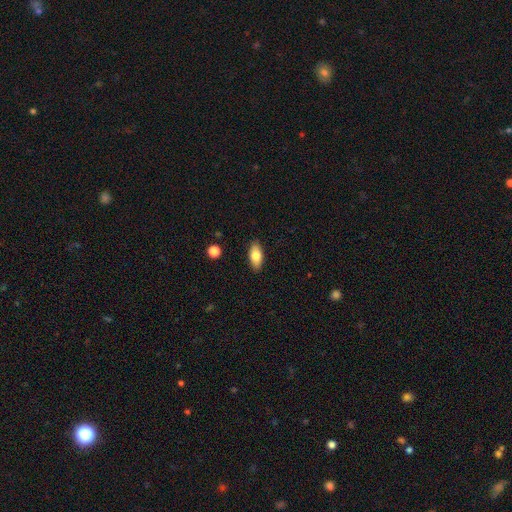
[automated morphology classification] A smooth galaxy with no disk features (78%) that is in between round and cigar-shaped (88%).

Vote fractions:
- Smooth or featured? smooth: 78% / featured or disk: 15% / star or artifact: 7%
- How rounded? in between: 88% / cigar-shaped: 9% / round: 3%
- Merging? none: 88% / minor disturbance: 9% / major disturbance: 2% / merger: 1%